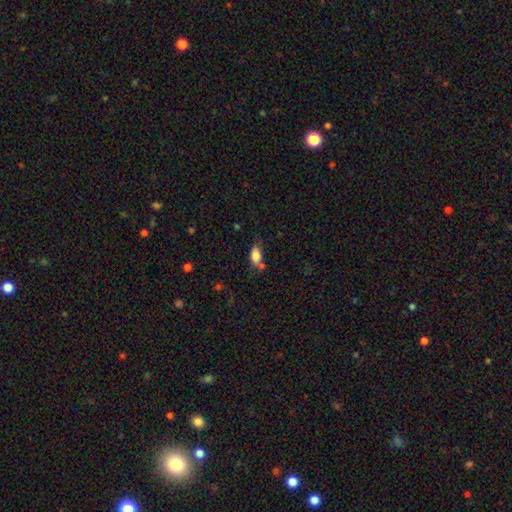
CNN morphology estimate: Smooth or featured? smooth (83%)
How rounded? in between (88%)
Merging? none (54%)